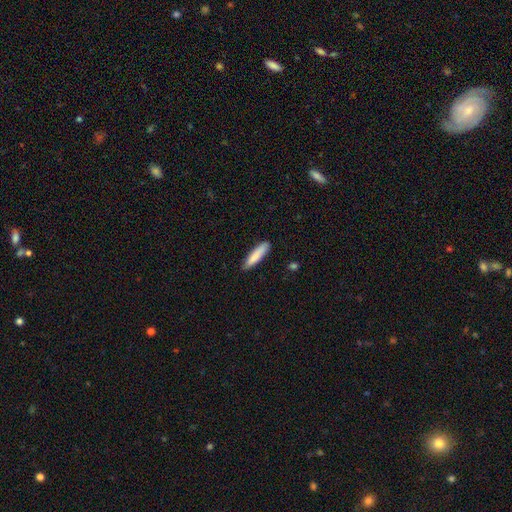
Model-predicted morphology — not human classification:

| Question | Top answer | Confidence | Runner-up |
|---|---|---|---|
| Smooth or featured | smooth | 84% | featured or disk (11%) |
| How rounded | cigar-shaped | 81% | in between (18%) |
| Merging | none | 86% | minor disturbance (11%) |